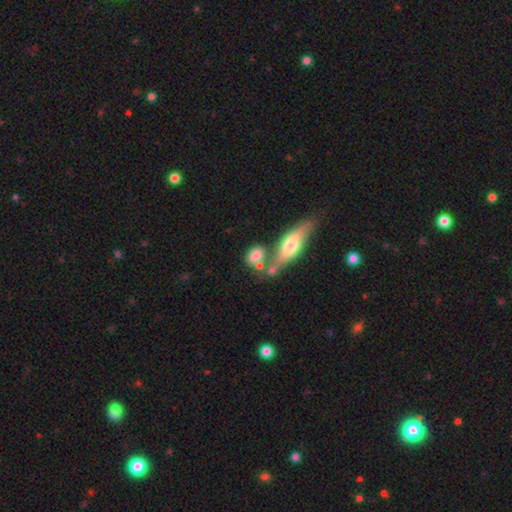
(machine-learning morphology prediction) The model was most divided on "merging": none: 43%, merger: 35%, minor disturbance: 14%, major disturbance: 8%. More confident: smooth or featured — smooth (73%); how rounded — in between (66%).